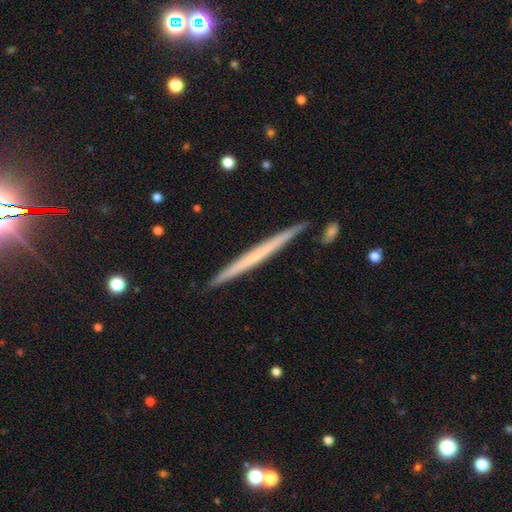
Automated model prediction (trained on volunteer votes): Morphology: type=featured or disk (54%); edge-on=yes (97%); edge-on bulge=none (89%); merging=none (91%).